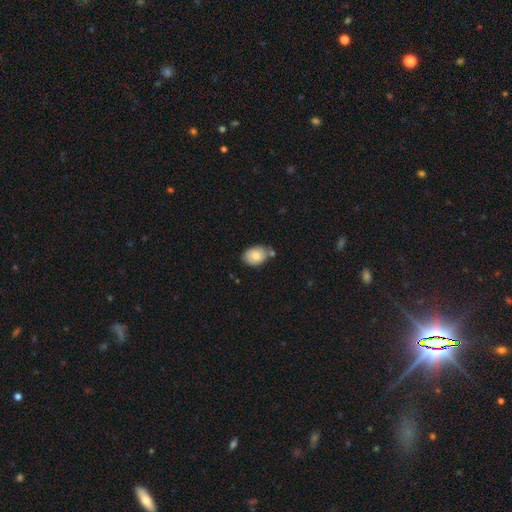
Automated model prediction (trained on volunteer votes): smooth_or_featured: smooth (p=0.79) [alt: featured or disk p=0.14]
how_rounded: in between (p=0.74) [alt: round p=0.25]
merging: none (p=0.63) [alt: minor disturbance p=0.20]